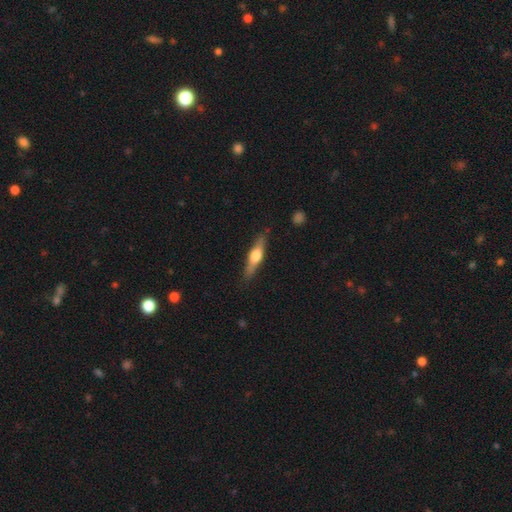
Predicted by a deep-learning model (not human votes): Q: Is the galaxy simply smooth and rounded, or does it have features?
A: featured or disk — 56%.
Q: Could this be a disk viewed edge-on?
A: yes — 95%.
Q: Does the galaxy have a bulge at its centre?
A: rounded — 93%.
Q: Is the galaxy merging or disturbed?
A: none — 85%.